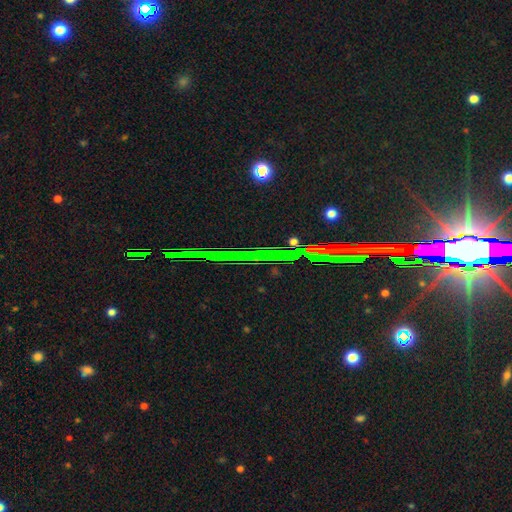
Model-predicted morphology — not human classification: smooth-or-featured: star or artifact: 82% | featured or disk: 11% | smooth: 7%